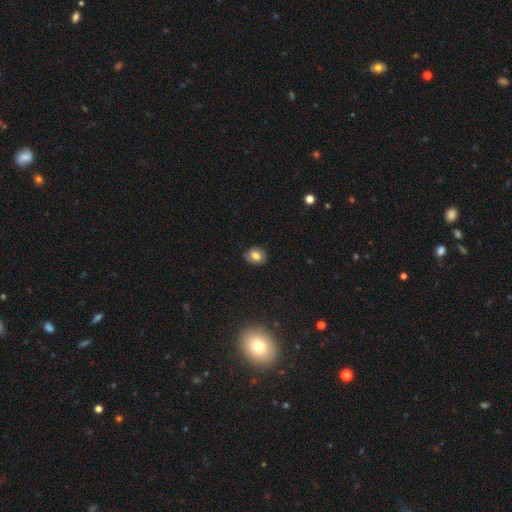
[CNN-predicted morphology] A smooth galaxy with no disk features (77%) that is in between round and cigar-shaped (53%).

Vote fractions:
- Smooth or featured? smooth: 77% / featured or disk: 13% / star or artifact: 10%
- How rounded? in between: 53% / round: 46% / cigar-shaped: 1%
- Merging? none: 85% / minor disturbance: 12% / major disturbance: 3% / merger: 1%